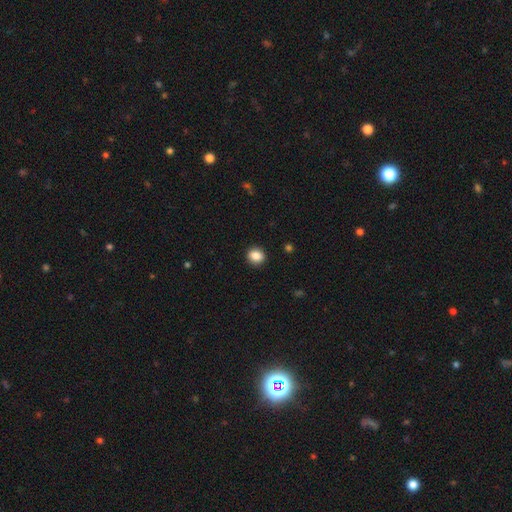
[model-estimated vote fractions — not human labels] The model was most divided on "how rounded": round: 75%, in between: 24%, cigar-shaped: 1%. More confident: merging — none (92%); smooth or featured — smooth (87%).